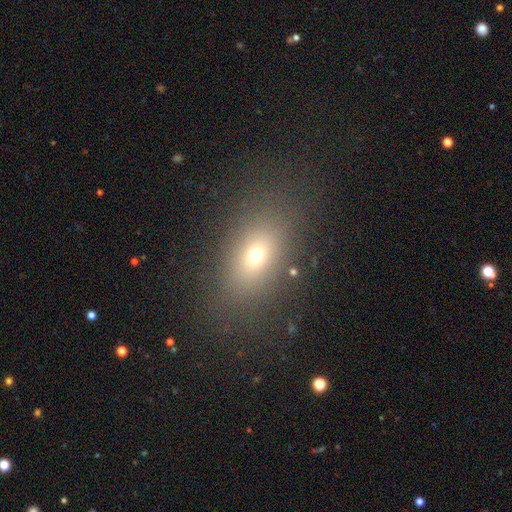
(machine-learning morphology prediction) Overall: smooth (66%). How rounded: in between (77%). Merging: none (80%).